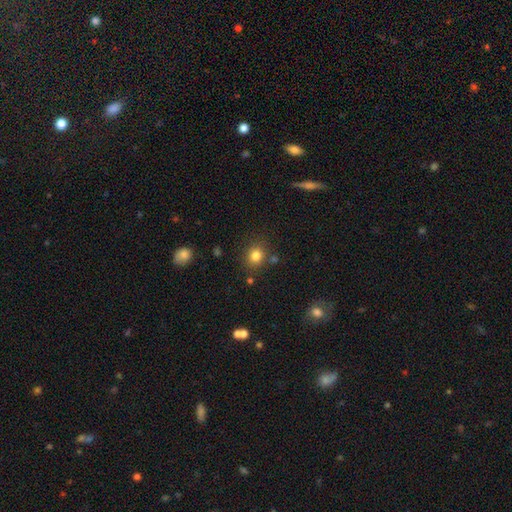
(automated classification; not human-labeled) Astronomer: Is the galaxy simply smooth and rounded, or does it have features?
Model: smooth — 82%.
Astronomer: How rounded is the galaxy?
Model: round — 77%.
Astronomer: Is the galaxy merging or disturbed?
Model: none — 80%.